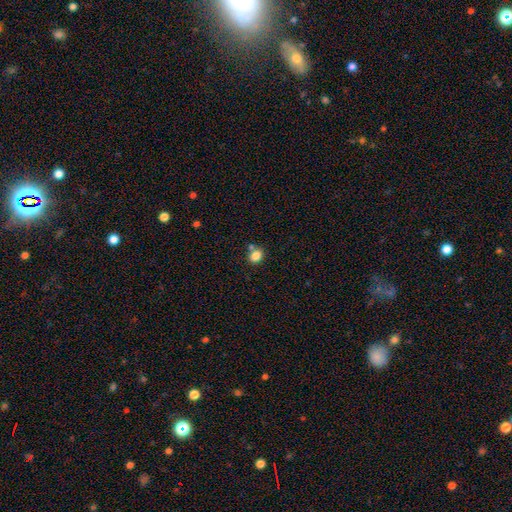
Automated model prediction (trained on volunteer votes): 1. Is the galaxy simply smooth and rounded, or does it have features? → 84% smooth, 11% star or artifact, 5% featured or disk.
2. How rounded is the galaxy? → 58% round, 41% in between, 1% cigar-shaped.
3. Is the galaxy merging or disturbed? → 67% none, 18% merger, 12% minor disturbance, 4% major disturbance.